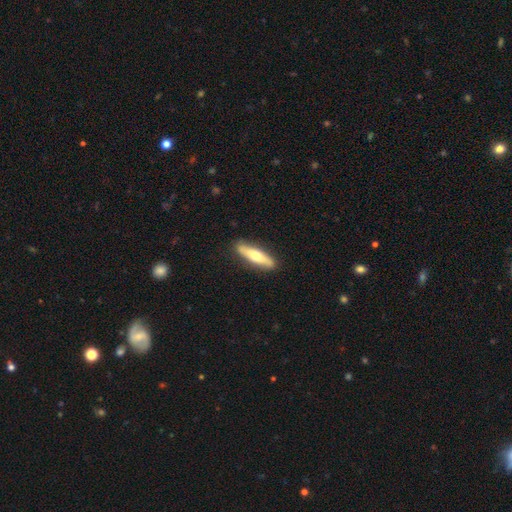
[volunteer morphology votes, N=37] Q: Smooth or featured?
A: featured or disk (57%); runner-up: smooth (38%)
Q: Edge-on disk?
A: yes (71%); runner-up: no (29%)
Q: Edge-on bulge?
A: rounded (87%); runner-up: none (13%)
Q: Merging?
A: none (91%); runner-up: minor disturbance (9%)